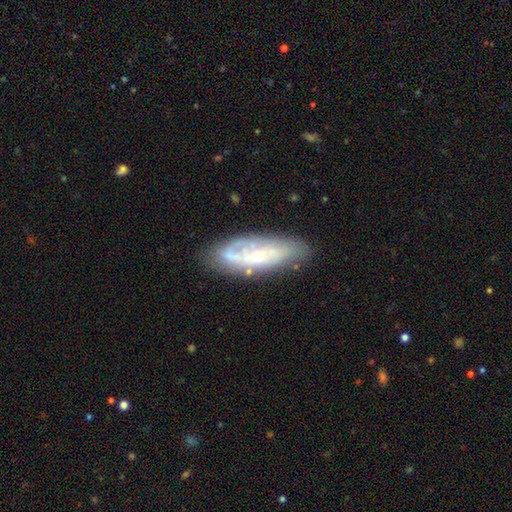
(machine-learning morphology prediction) smooth_or_featured: featured or disk (p=0.63) [alt: smooth p=0.30]
disk_edge_on: no (p=0.81) [alt: yes p=0.19]
bar: no (p=0.63) [alt: weak p=0.29]
has_spiral_arms: yes (p=0.70) [alt: no p=0.30]
bulge_size: small (p=0.59) [alt: moderate p=0.32]
merging: none (p=0.68) [alt: minor disturbance p=0.21]